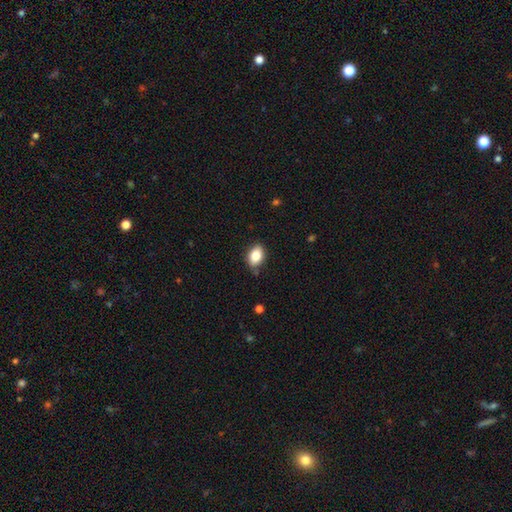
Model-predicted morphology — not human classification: The model was most divided on "how rounded": in between: 83%, round: 16%, cigar-shaped: 2%. More confident: smooth or featured — smooth (82%); merging — none (81%).